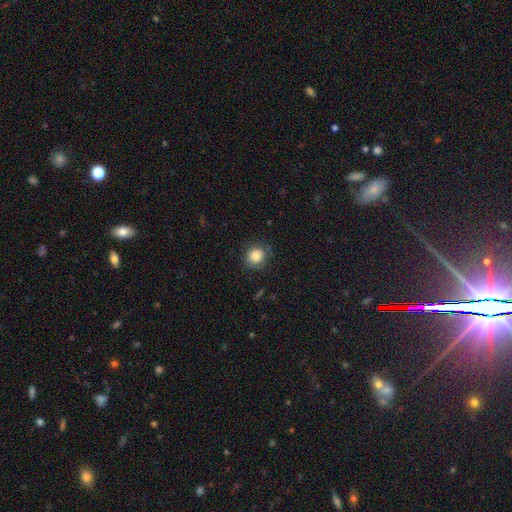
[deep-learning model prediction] Q: Smooth or featured?
A: smooth (84%); runner-up: star or artifact (9%)
Q: How rounded?
A: round (79%); runner-up: in between (20%)
Q: Merging?
A: none (78%); runner-up: minor disturbance (16%)